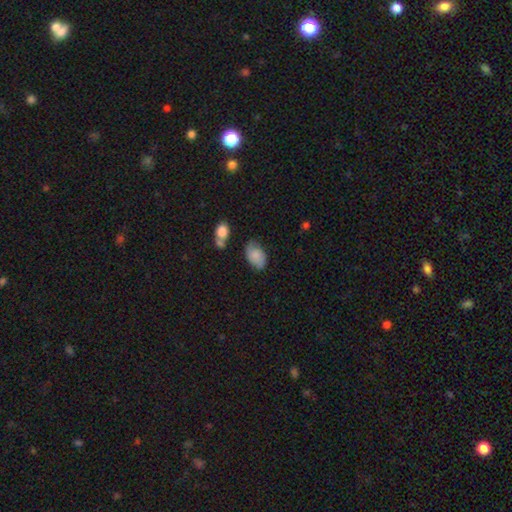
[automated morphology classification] Smooth or featured? smooth (71%)
How rounded? in between (89%)
Merging? none (63%)